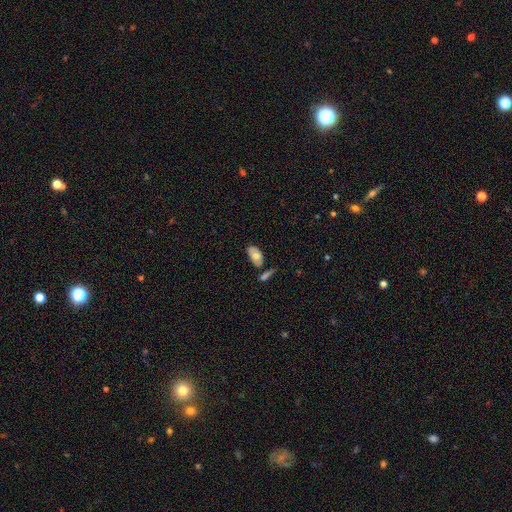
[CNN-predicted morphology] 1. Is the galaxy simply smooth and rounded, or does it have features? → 67% smooth, 27% featured or disk, 6% star or artifact.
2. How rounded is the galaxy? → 93% in between, 4% round, 3% cigar-shaped.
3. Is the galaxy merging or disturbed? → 58% none, 20% minor disturbance, 16% merger, 6% major disturbance.